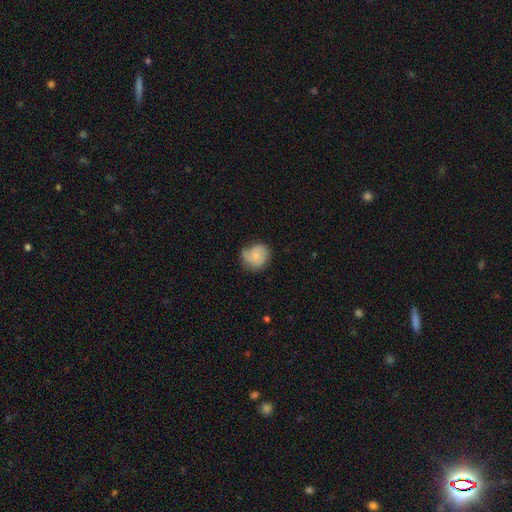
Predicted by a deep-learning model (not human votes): Smooth or featured?
  - smooth: 52% *
  - featured or disk: 41%
  - star or artifact: 7%
How rounded?
  - round: 72% *
  - in between: 27%
  - cigar-shaped: 1%
Merging?
  - none: 50% *
  - minor disturbance: 33%
  - major disturbance: 15%
  - merger: 2%